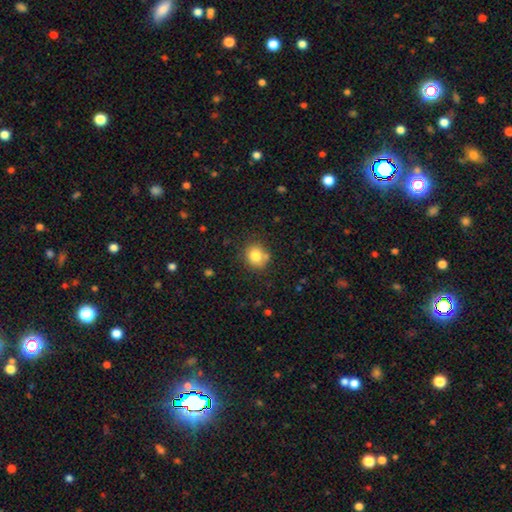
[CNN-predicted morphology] Overall: smooth (80%). How rounded: round (80%). Merging: none (71%).